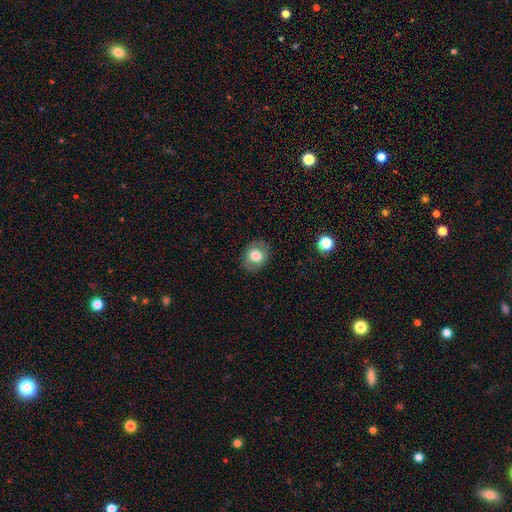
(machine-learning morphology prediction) Smooth or featured? Predicted: smooth (p=0.73). How rounded? Predicted: round (p=0.53). Merging? Predicted: none (p=0.84).